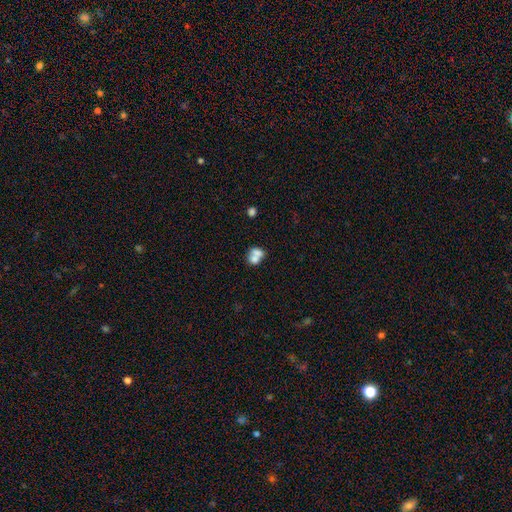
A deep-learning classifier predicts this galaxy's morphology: This appears to be a smooth galaxy with no disk features (67%) that is round (51%). Merging: merger (65%).